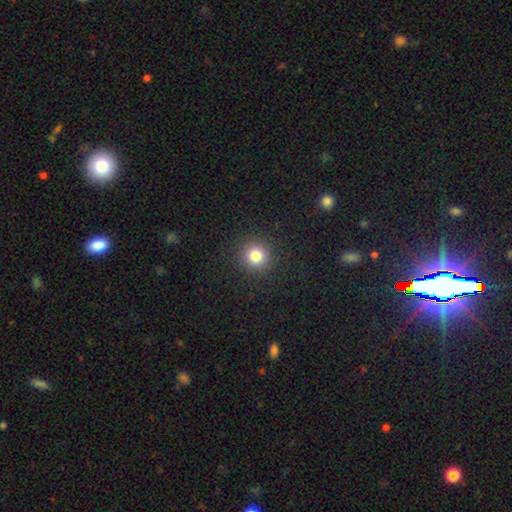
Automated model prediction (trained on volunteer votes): Q: Smooth or featured?
A: smooth (81%); runner-up: star or artifact (13%)
Q: How rounded?
A: round (95%); runner-up: in between (4%)
Q: Merging?
A: none (91%); runner-up: minor disturbance (5%)